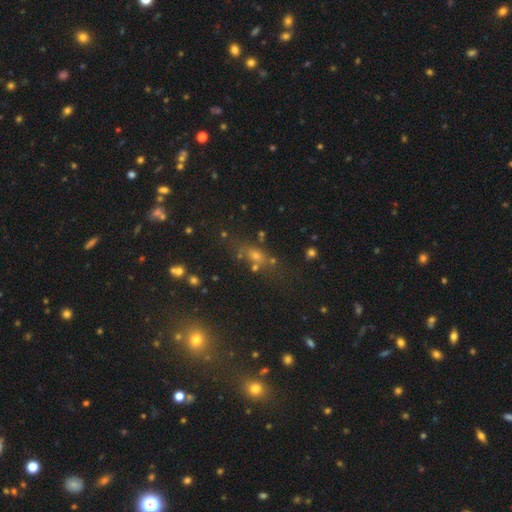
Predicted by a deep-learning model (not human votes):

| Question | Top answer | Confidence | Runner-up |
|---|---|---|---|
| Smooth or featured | smooth | 49% | star or artifact (35%) |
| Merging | none | 61% | merger (16%) |